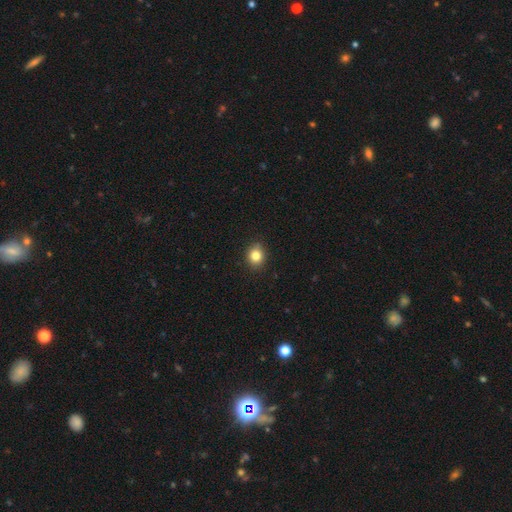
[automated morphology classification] Overall: smooth (82%). How rounded: round (76%). Merging: none (89%).